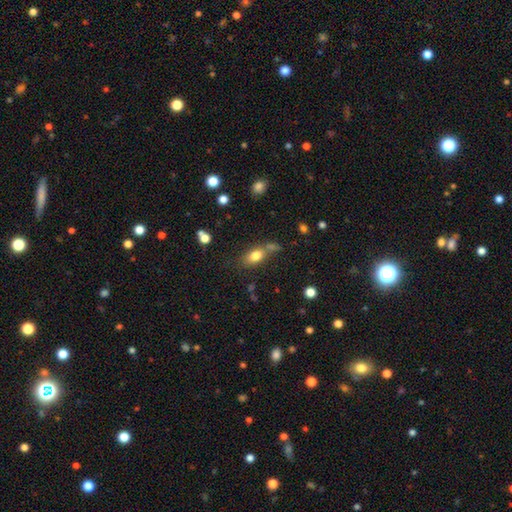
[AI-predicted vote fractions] Overall: smooth (78%). How rounded: in between (82%). Merging: none (55%; merger 21%).